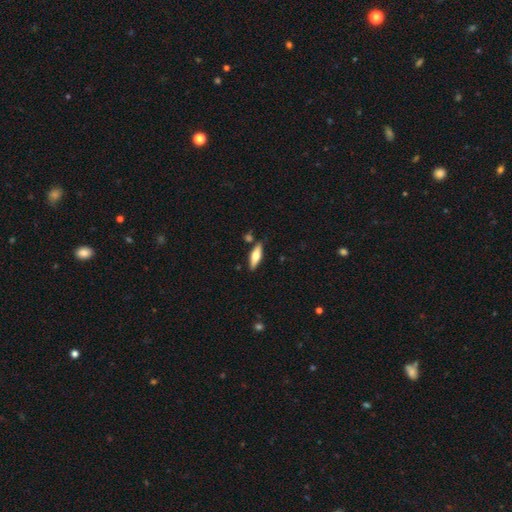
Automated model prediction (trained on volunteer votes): Morphology: type=smooth (54%); roundness=cigar-shaped (52%); merging=none (83%).